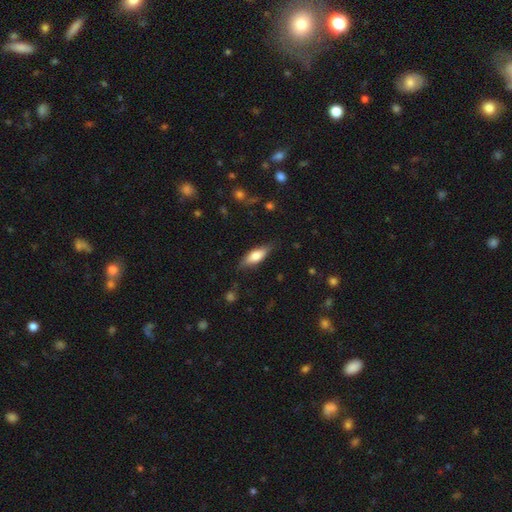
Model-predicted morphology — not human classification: Smooth or featured: smooth — 64% (featured or disk — 29%)
How rounded: in between — 65% (cigar-shaped — 32%)
Merging: none — 78% (minor disturbance — 17%)